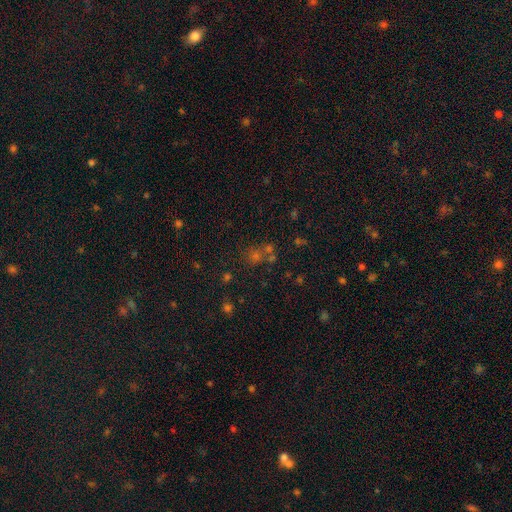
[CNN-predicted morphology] The model was most divided on "smooth or featured" (2-way tie): smooth: 44%, star or artifact: 44%, featured or disk: 12%. More confident: merging — none (59%).